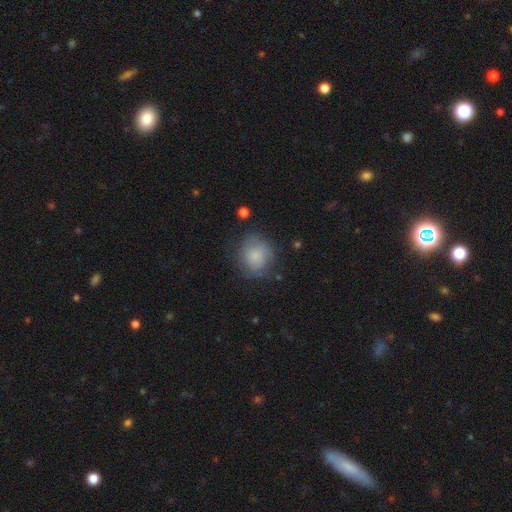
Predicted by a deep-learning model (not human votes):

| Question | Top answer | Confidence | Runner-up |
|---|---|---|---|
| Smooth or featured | smooth | 70% | featured or disk (22%) |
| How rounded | round | 78% | in between (21%) |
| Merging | none | 61% | minor disturbance (25%) |